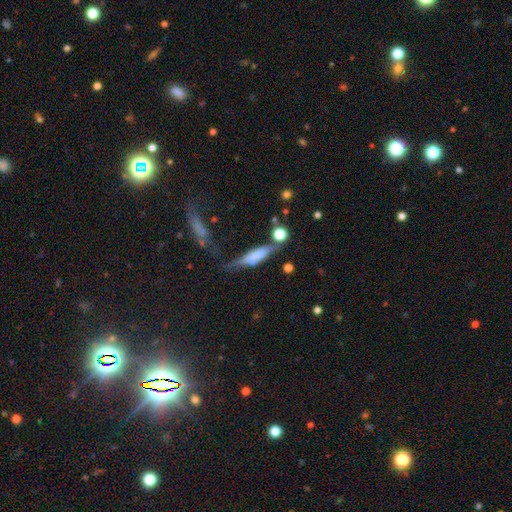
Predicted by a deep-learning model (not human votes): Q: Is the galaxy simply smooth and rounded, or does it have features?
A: smooth — 53%.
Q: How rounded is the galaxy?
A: cigar-shaped — 71%.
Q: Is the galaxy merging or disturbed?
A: none — 44%.